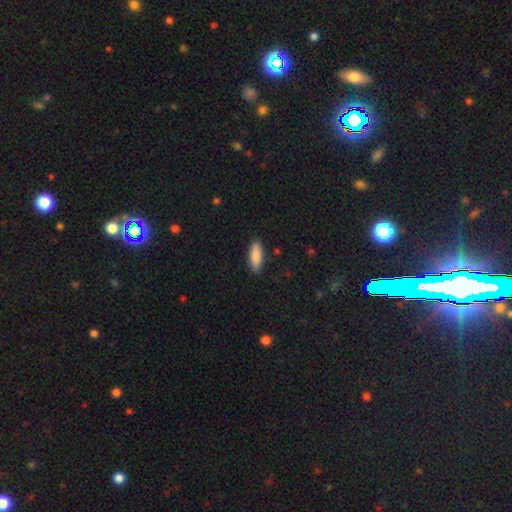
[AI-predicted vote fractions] Morphology: type=smooth (88%); roundness=in between (68%); merging=none (89%).